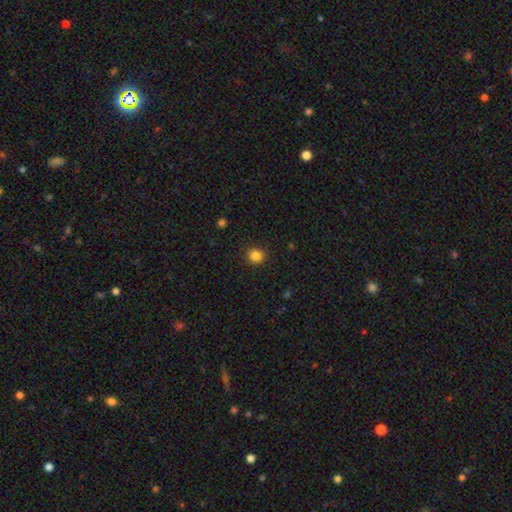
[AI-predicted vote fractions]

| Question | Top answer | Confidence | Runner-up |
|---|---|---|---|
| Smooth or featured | smooth | 84% | star or artifact (12%) |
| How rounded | round | 88% | in between (11%) |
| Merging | none | 91% | minor disturbance (6%) |